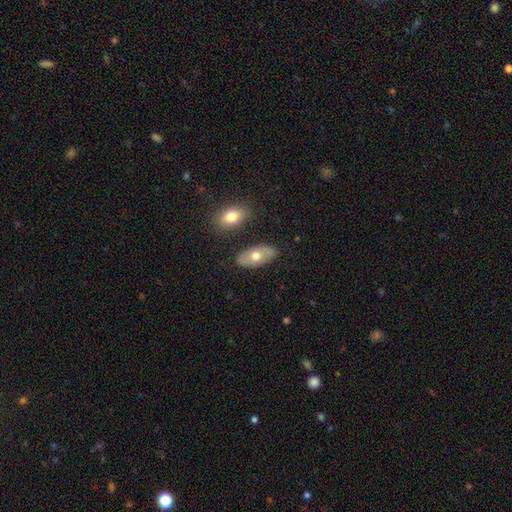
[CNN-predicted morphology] The model was most divided on "smooth or featured": smooth: 60%, featured or disk: 34%, star or artifact: 6%. More confident: how rounded — in between (91%); merging — none (82%).